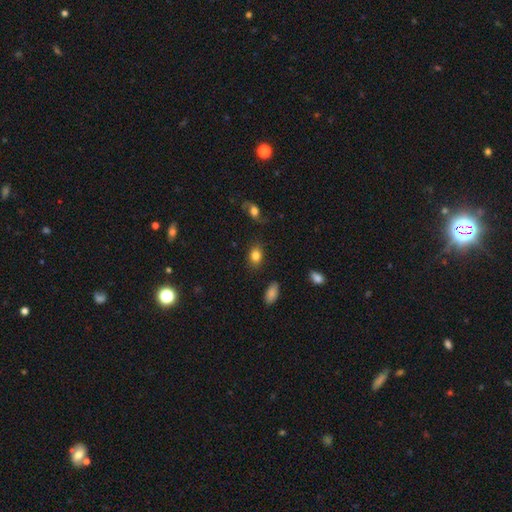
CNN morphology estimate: Q: Smooth or featured?
A: smooth (83%); runner-up: star or artifact (9%)
Q: How rounded?
A: in between (72%); runner-up: round (26%)
Q: Merging?
A: none (81%); runner-up: minor disturbance (13%)